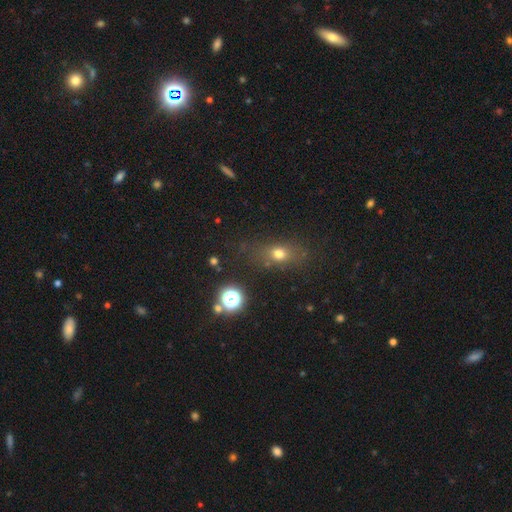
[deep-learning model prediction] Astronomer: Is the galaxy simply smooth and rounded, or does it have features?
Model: smooth — 48% (runner-up: star or artifact, 36%).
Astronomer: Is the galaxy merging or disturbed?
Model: none — 76%.